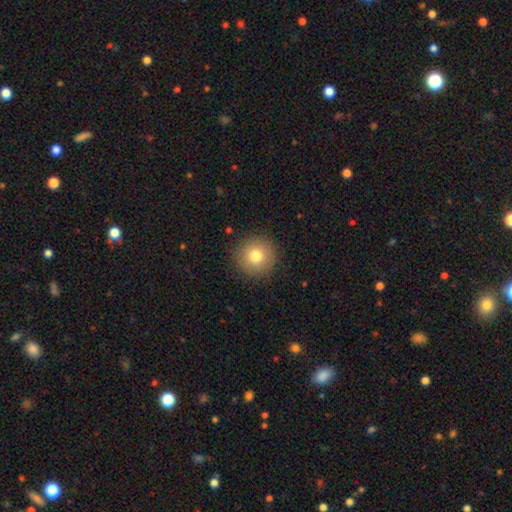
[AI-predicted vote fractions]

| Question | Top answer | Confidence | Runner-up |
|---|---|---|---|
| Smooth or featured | smooth | 78% | featured or disk (11%) |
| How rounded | round | 95% | in between (4%) |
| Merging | none | 90% | minor disturbance (6%) |